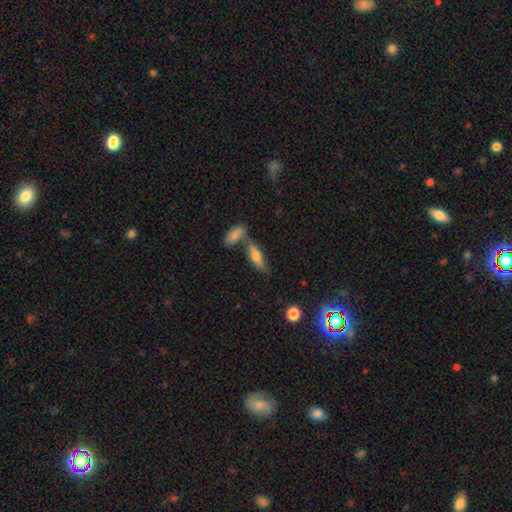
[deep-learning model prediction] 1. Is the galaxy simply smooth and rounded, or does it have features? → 58% smooth, 34% featured or disk, 8% star or artifact.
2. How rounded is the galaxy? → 53% cigar-shaped, 45% in between, 3% round.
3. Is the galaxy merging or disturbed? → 52% none, 32% merger, 12% minor disturbance, 4% major disturbance.